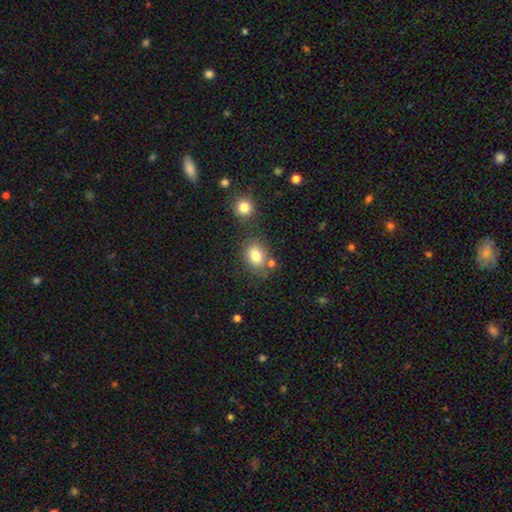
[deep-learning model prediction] Q: Smooth or featured?
A: smooth (81%); runner-up: star or artifact (10%)
Q: How rounded?
A: in between (60%); runner-up: round (39%)
Q: Merging?
A: none (66%); runner-up: minor disturbance (15%)